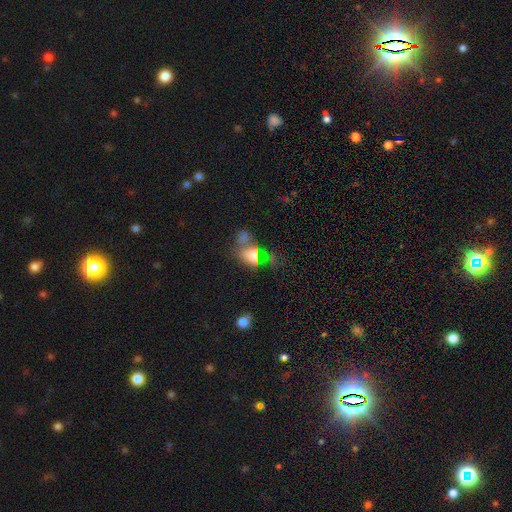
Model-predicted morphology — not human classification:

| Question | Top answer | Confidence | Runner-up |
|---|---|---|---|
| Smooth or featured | smooth | 53% | star or artifact (35%) |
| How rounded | in between | 71% | round (24%) |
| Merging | none | 46% | merger (25%) |